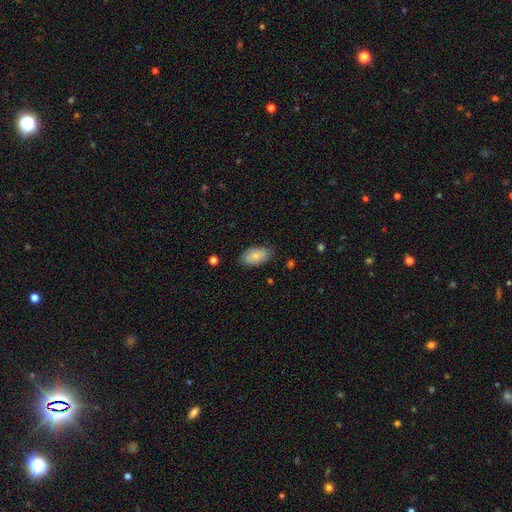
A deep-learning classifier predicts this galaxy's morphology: type=smooth (79%); roundness=in between (94%); merging=none (78%).